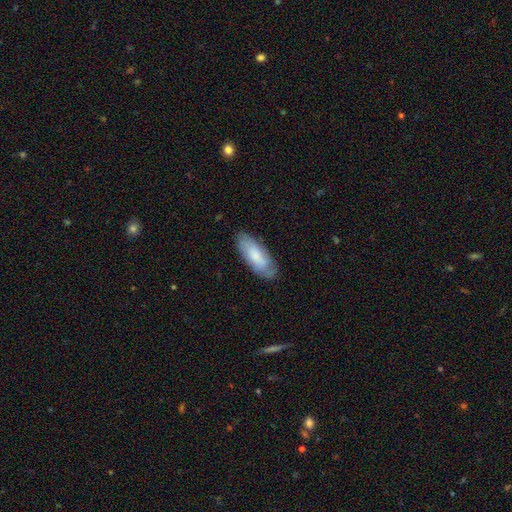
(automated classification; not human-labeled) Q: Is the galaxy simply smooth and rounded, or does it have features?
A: smooth — 65%.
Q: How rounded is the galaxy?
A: in between — 74%.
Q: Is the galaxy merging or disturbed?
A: none — 75%.